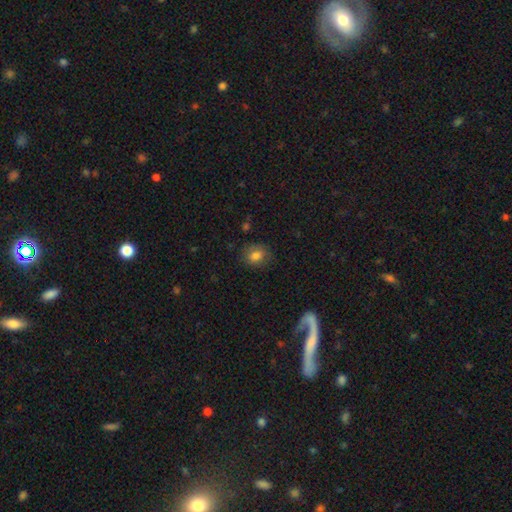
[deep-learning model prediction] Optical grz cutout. It shows a smooth galaxy with no disk features (80%) that is round (57%). Merging: none (79%).